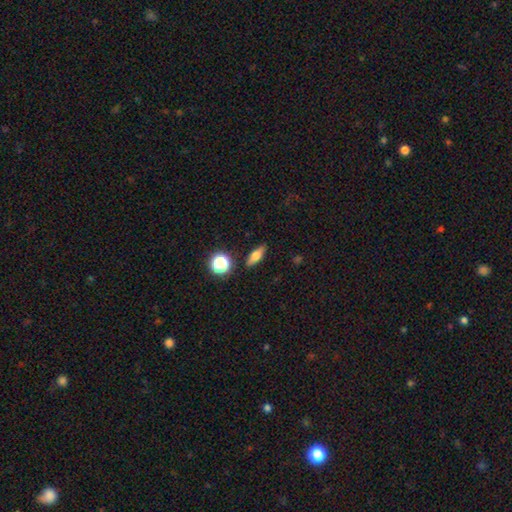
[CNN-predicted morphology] Overall: smooth (60%; featured or disk 30%). How rounded: in between (54%; cigar-shaped 35%). Merging: none (88%).